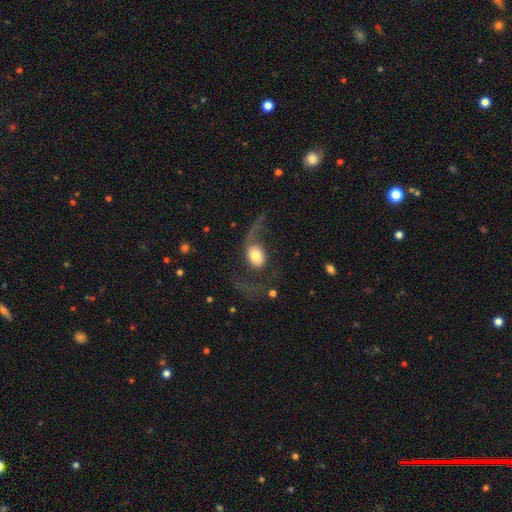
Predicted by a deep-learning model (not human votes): This appears to be a featured or disk galaxy (55%) with no bar (73%), spiral arms (79%) and a moderate central bulge (47%). Merging: major disturbance (46%).